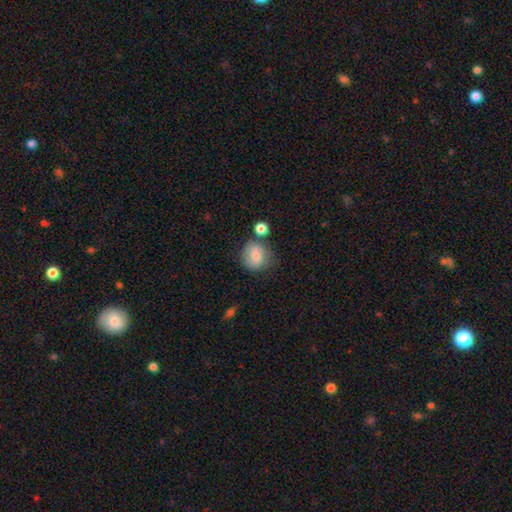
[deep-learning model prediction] Q: Smooth or featured?
A: smooth (74%); runner-up: featured or disk (18%)
Q: How rounded?
A: round (81%); runner-up: in between (18%)
Q: Merging?
A: none (58%); runner-up: minor disturbance (22%)